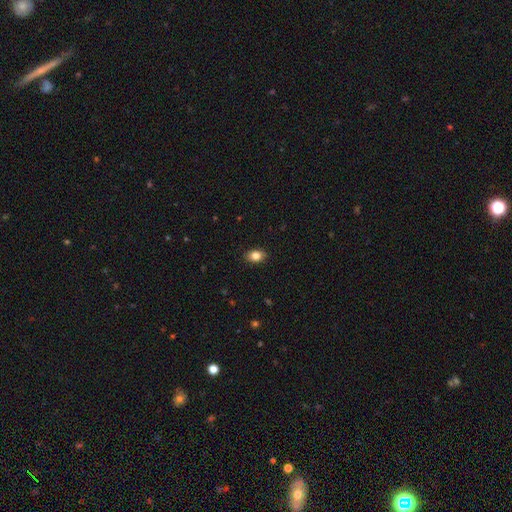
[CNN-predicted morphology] smooth-or-featured: smooth: 84% | star or artifact: 9% | featured or disk: 7%
  how-rounded: in between: 79% | round: 19% | cigar-shaped: 1%
  merging: none: 88% | minor disturbance: 9% | major disturbance: 2% | merger: 1%